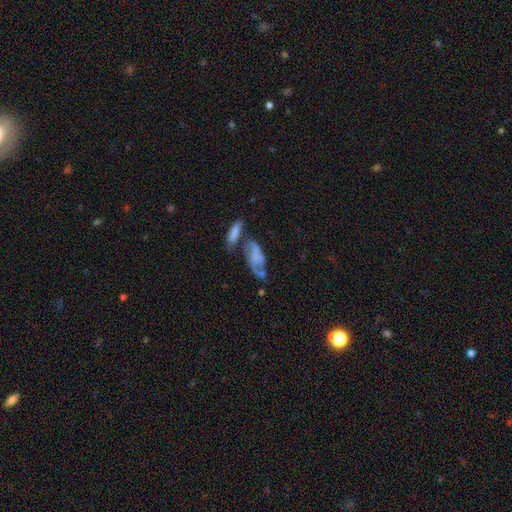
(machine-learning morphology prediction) A featured or disk galaxy (50%).

Vote fractions:
- Smooth or featured? featured or disk: 50% / smooth: 40% / star or artifact: 10%
- Edge-on disk? no: 90% / yes: 10%
- Merging? merger: 37% / none: 28% / major disturbance: 18% / minor disturbance: 18%